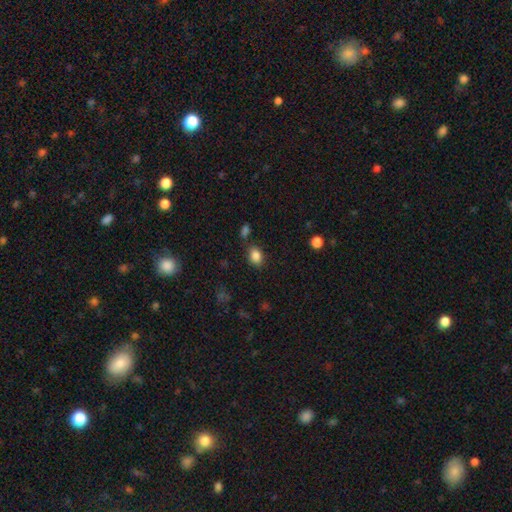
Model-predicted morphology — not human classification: This is clearly a smooth galaxy (85%). How rounded: likely in between (72%). Merging: likely none (75%).